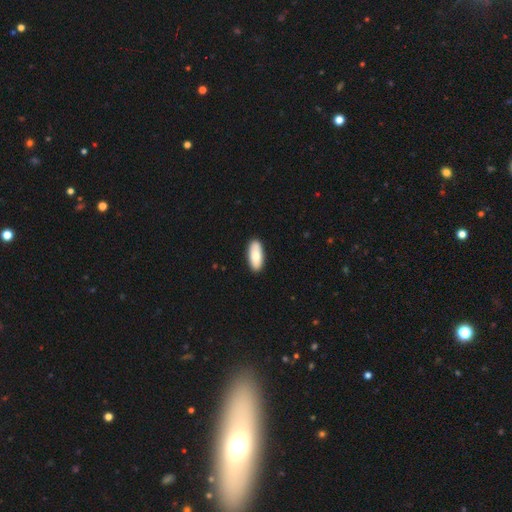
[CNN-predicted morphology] smooth 80%, featured or disk 15%, star or artifact 5%. Down the decision tree: how rounded — in between (84%); merging — none (90%).